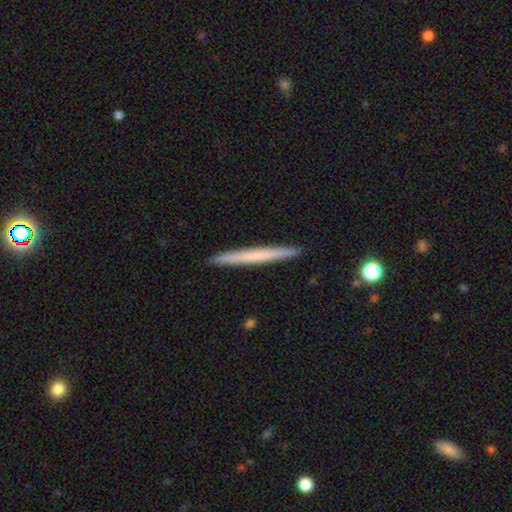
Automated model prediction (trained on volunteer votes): Overall: smooth (57%; featured or disk 38%). How rounded: cigar-shaped (97%). Merging: none (93%).